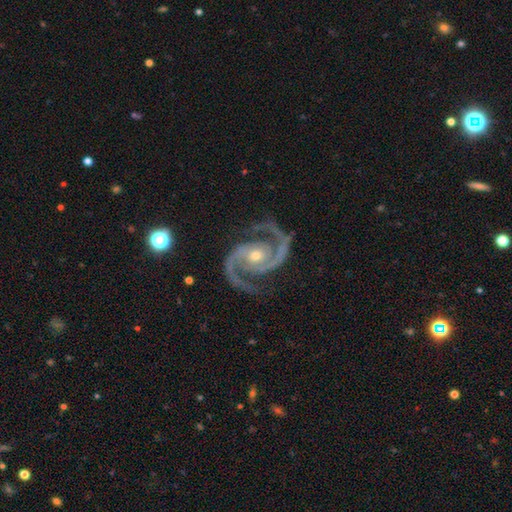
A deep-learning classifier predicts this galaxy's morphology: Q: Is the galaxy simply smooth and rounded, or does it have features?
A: featured or disk — 95%.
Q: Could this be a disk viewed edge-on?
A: no — 98%.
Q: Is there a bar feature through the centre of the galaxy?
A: no — 59%.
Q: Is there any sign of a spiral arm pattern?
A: yes — 99%.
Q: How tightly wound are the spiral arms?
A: medium — 64%.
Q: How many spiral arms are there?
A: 2 — 94%.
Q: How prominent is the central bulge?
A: moderate — 52%.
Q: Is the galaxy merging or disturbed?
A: none — 82%.